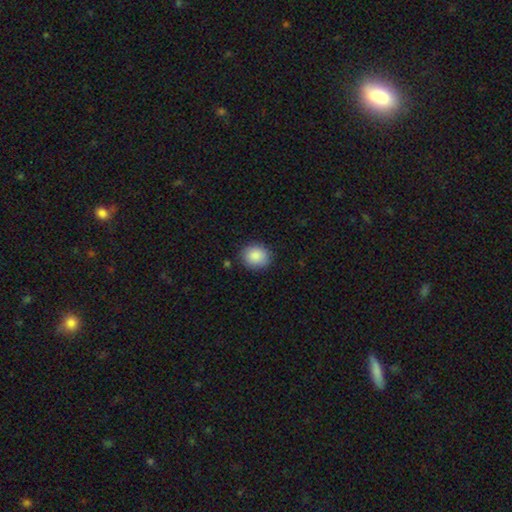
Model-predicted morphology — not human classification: Smooth or featured? Predicted: smooth (p=0.89). How rounded? Predicted: round (p=0.74). Merging? Predicted: none (p=0.86).